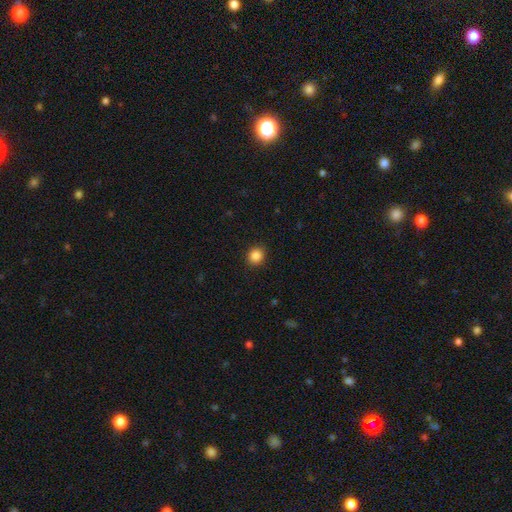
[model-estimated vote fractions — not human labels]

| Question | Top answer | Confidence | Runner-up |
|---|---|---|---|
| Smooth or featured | smooth | 87% | star or artifact (10%) |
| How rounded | round | 84% | in between (15%) |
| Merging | none | 91% | minor disturbance (6%) |